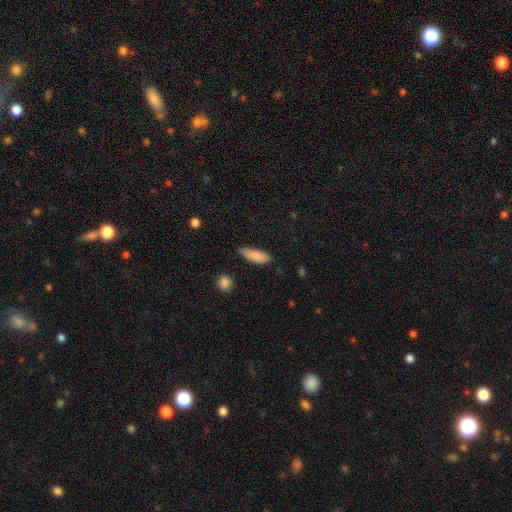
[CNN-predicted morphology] Smooth or featured: smooth — 86% (featured or disk — 7%)
How rounded: in between — 65% (cigar-shaped — 33%)
Merging: none — 73% (minor disturbance — 22%)